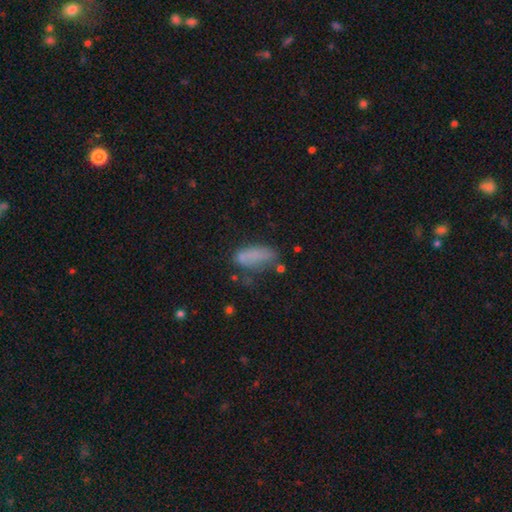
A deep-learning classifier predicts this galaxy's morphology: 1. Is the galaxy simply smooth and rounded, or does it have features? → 71% smooth, 18% featured or disk, 11% star or artifact.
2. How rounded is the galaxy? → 74% in between, 23% cigar-shaped, 3% round.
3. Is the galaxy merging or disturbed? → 43% none, 27% minor disturbance, 20% major disturbance, 10% merger.